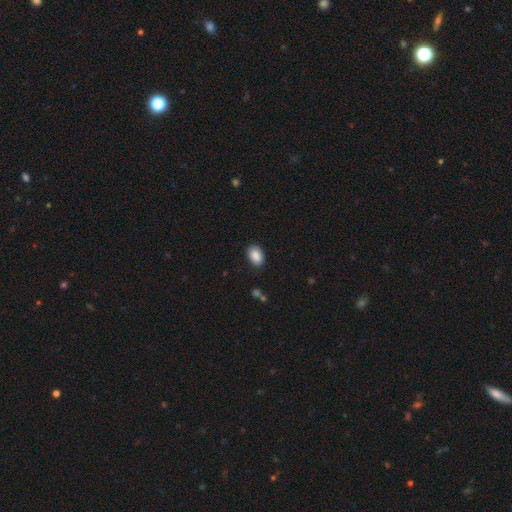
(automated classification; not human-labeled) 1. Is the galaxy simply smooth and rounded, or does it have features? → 88% smooth, 8% star or artifact, 4% featured or disk.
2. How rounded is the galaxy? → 82% in between, 17% round, 1% cigar-shaped.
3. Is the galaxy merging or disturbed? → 84% none, 12% minor disturbance, 3% major disturbance, 1% merger.